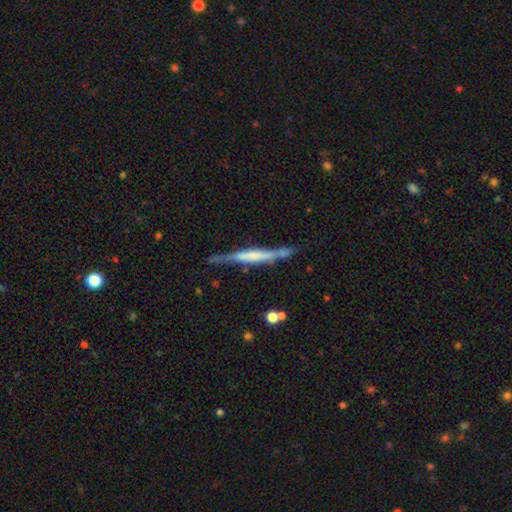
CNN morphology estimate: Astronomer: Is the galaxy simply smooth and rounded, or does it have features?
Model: featured or disk — 63%.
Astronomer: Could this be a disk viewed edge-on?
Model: yes — 95%.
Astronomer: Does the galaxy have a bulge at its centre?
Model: boxy — 38% (runner-up: none, 33%).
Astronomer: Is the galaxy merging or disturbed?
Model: none — 74%.